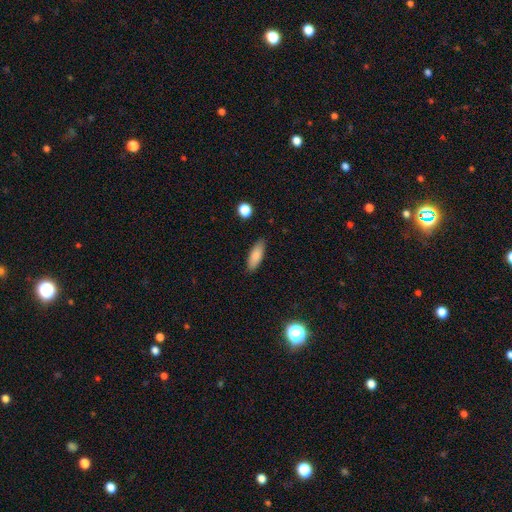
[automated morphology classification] A smooth galaxy with no disk features (84%) that is in between round and cigar-shaped (65%). Merging: none (87%).